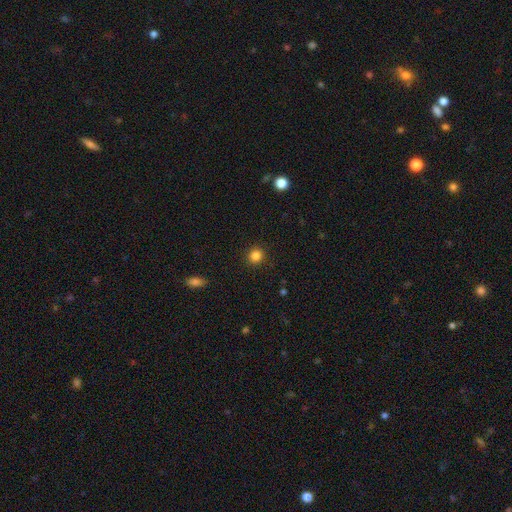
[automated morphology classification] type=smooth (84%); roundness=round (90%); merging=none (92%).